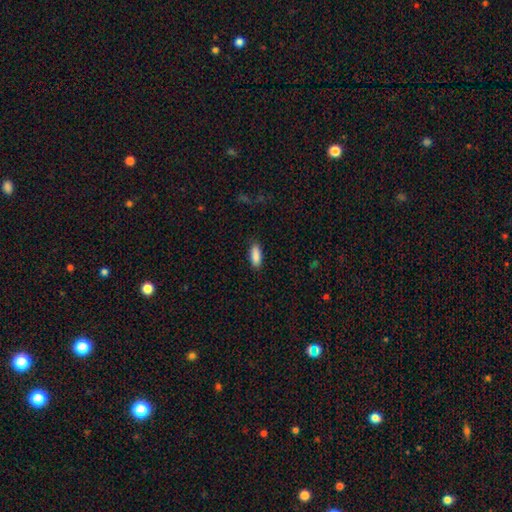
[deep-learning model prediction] smooth 89%, star or artifact 6%, featured or disk 4%. Down the decision tree: how rounded — in between (73%); merging — none (87%).